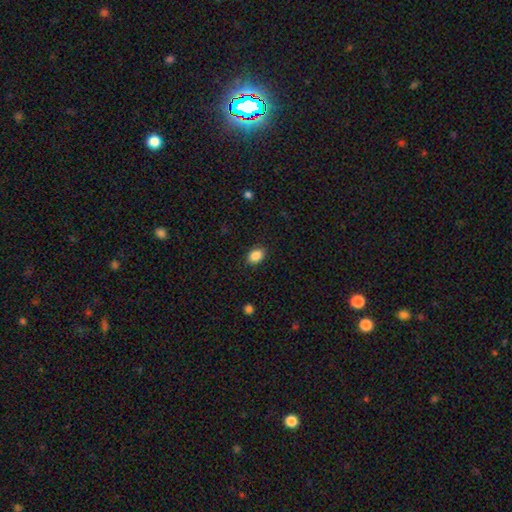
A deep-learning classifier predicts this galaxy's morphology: A smooth galaxy with no disk features (88%) that is in between round and cigar-shaped (73%).

Vote fractions:
- Smooth or featured? smooth: 88% / star or artifact: 9% / featured or disk: 4%
- How rounded? in between: 73% / round: 26% / cigar-shaped: 1%
- Merging? none: 89% / minor disturbance: 8% / major disturbance: 2% / merger: 1%